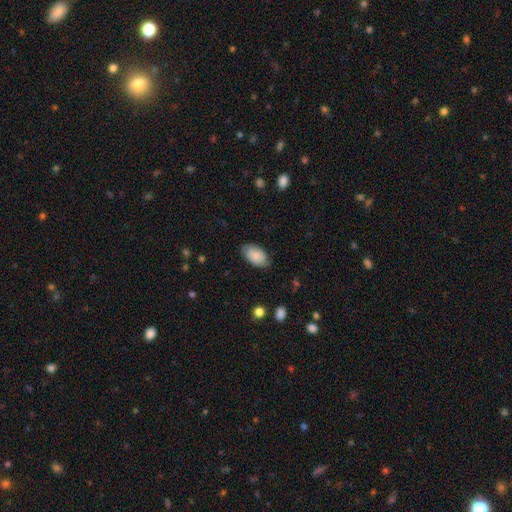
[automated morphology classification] A smooth galaxy with no disk features (80%) that is in between round and cigar-shaped (94%). Merging: none (78%).